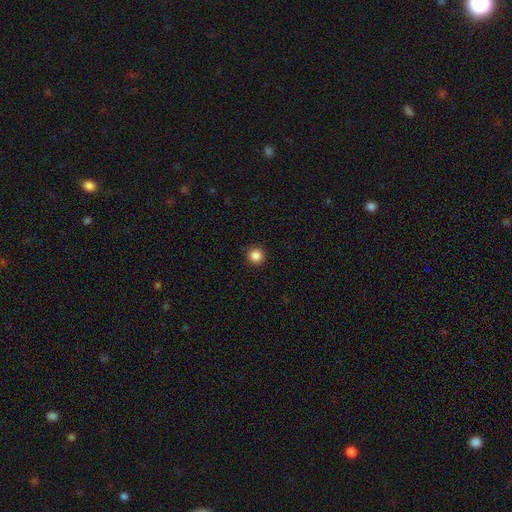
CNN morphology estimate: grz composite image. It shows a smooth galaxy with no disk features (86%) that is round (96%). Merging: none (93%).